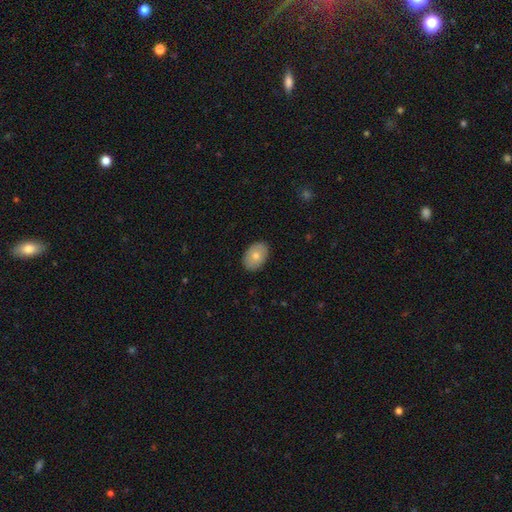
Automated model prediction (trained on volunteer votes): smooth 75%, featured or disk 19%, star or artifact 7%. Down the decision tree: how rounded — in between (84%); merging — none (88%).